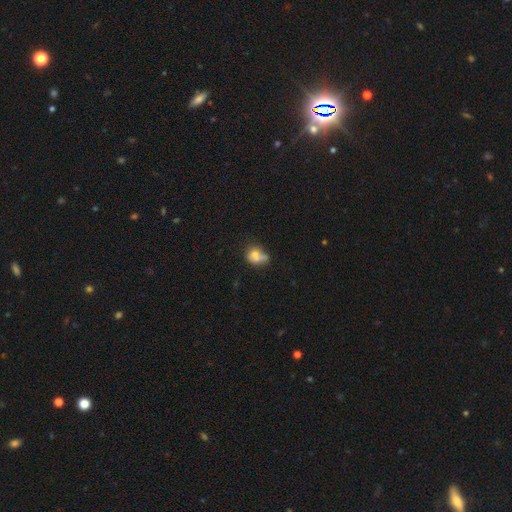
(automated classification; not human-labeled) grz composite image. It shows a smooth galaxy with no disk features (70%) that is round (53%). Merging: merger (37%).